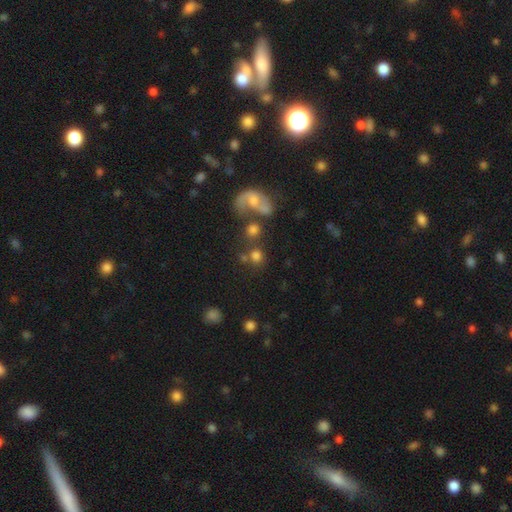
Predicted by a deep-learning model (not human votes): The model was most divided on "merging": none: 54%, merger: 25%, minor disturbance: 11%, major disturbance: 9%. More confident: how rounded — round (83%); smooth or featured — smooth (72%).